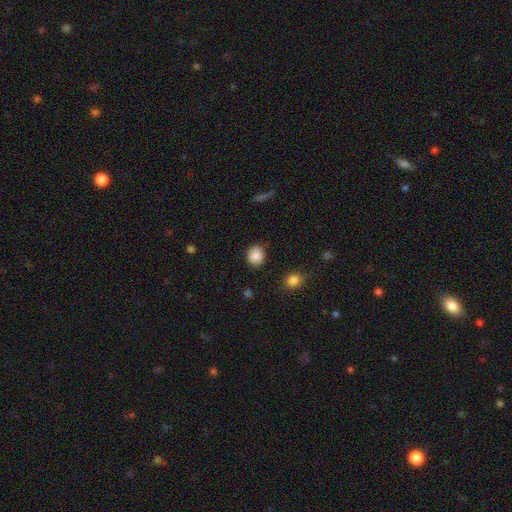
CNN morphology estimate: Overall: smooth (87%). How rounded: round (71%). Merging: none (83%).